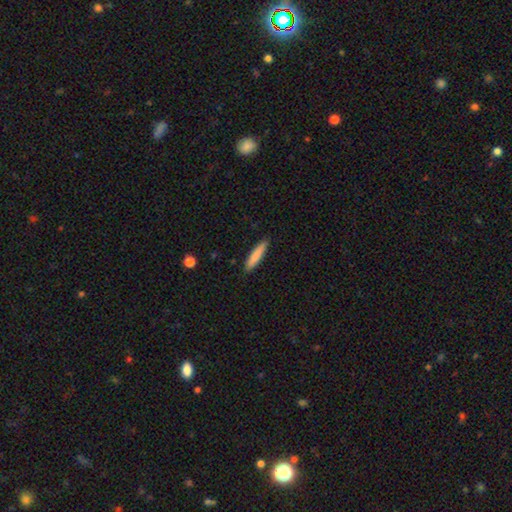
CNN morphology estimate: smooth 82%, featured or disk 12%, star or artifact 6%. Down the decision tree: how rounded — cigar-shaped (88%); merging — none (88%).